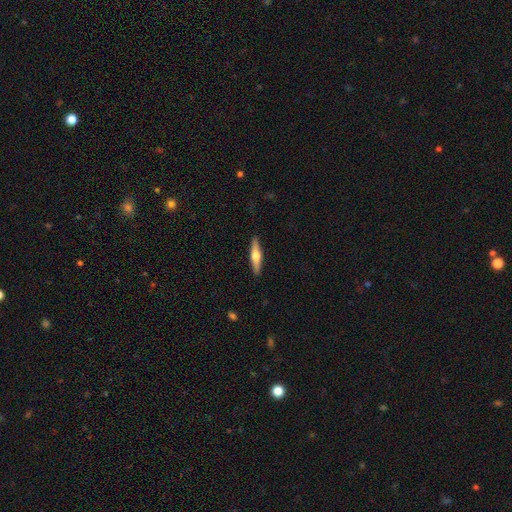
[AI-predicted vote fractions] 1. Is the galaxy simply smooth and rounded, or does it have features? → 57% featured or disk, 38% smooth, 5% star or artifact.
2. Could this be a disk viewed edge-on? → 96% yes, 4% no.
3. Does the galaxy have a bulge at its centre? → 92% rounded, 5% boxy, 3% none.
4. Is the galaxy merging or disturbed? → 91% none, 7% minor disturbance, 1% major disturbance, 1% merger.